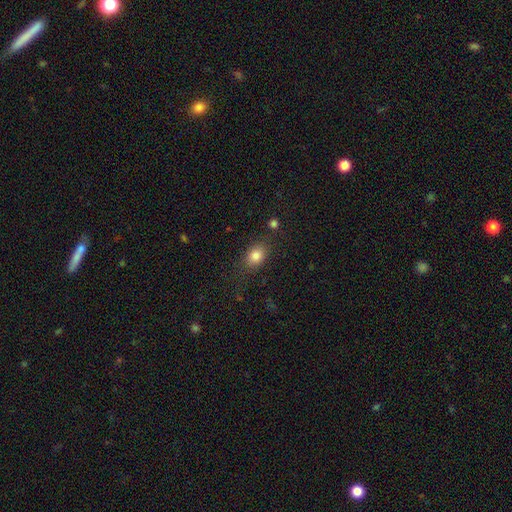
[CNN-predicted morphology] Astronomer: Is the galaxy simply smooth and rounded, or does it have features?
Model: smooth — 82%.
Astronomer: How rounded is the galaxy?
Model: in between — 68%.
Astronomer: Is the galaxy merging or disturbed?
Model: none — 76%.